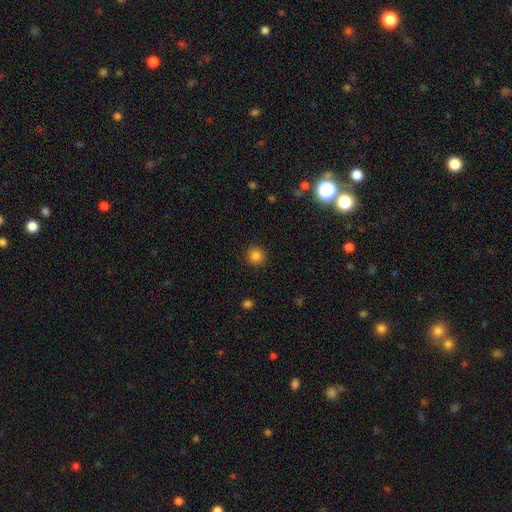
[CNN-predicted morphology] This is clearly a smooth galaxy (84%). How rounded: clearly round (93%). Merging: clearly none (91%).